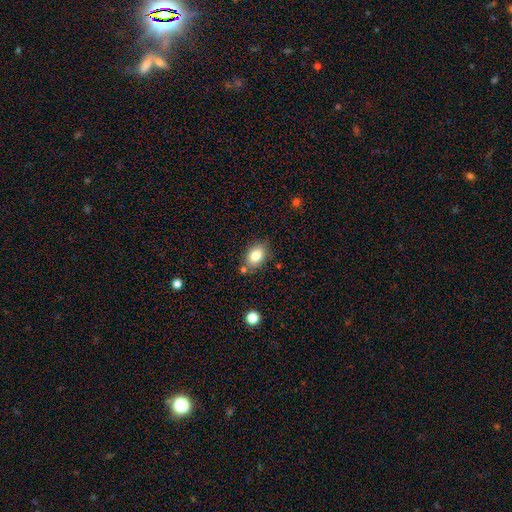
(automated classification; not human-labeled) This is clearly a smooth galaxy (83%). How rounded: clearly in between (81%). Merging: likely none (76%).